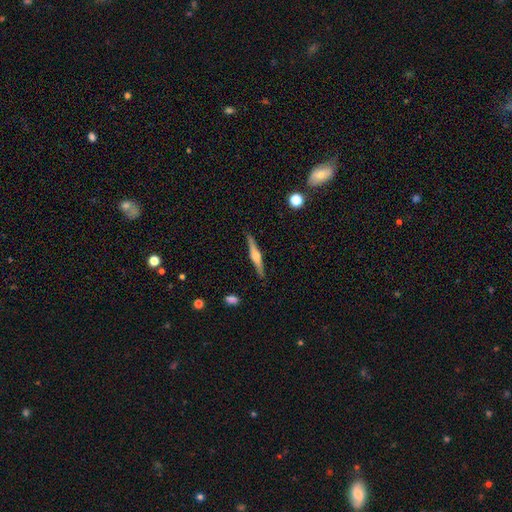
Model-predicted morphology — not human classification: This appears to be a featured or disk galaxy (70%) viewed edge-on (98%) with a rounded central bulge (86%). Merging: none (90%).